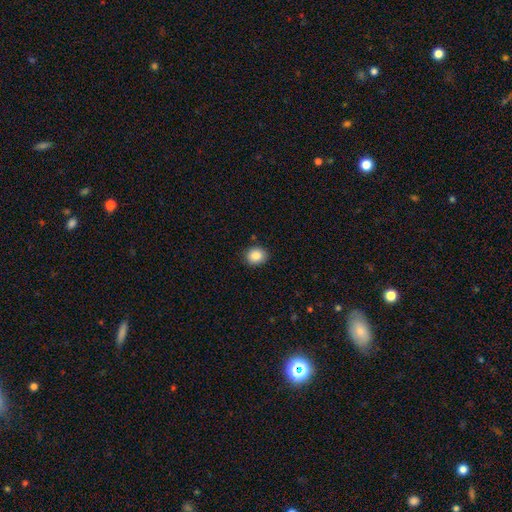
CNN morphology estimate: The model was most divided on "how rounded": round: 69%, in between: 31%, cigar-shaped: 1%. More confident: merging — none (88%); smooth or featured — smooth (87%).